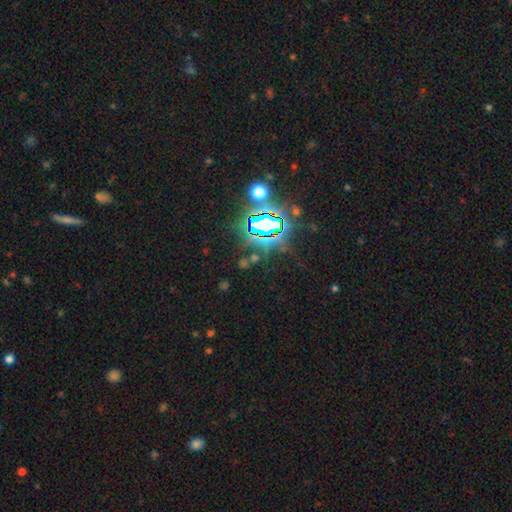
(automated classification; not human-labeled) Smooth or featured? star or artifact (79%)